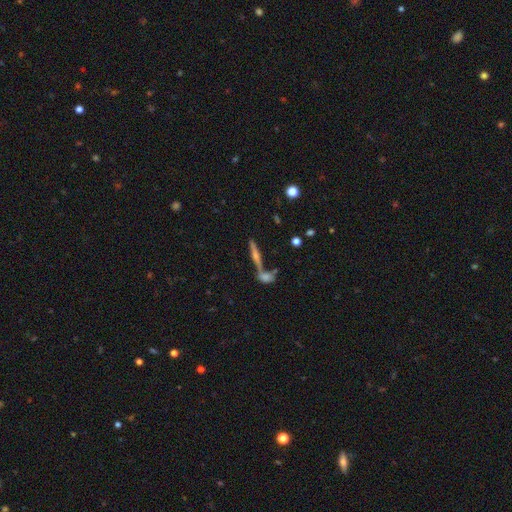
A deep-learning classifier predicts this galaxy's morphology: Smooth or featured: featured or disk — 64% (smooth — 24%)
Edge-on disk: yes — 93% (no — 7%)
Edge-on bulge: rounded — 84% (none — 9%)
Merging: none — 58% (merger — 29%)